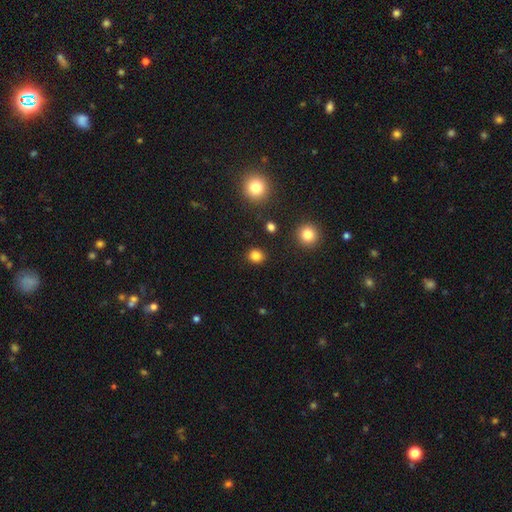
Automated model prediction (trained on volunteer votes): Smooth or featured? Predicted: smooth (p=0.84). How rounded? Predicted: round (p=0.79). Merging? Predicted: none (p=0.90).